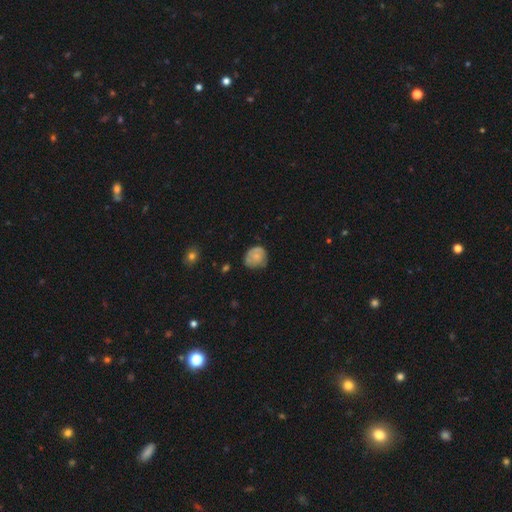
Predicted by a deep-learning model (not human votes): Smooth or featured?
  - smooth: 60% *
  - featured or disk: 32%
  - star or artifact: 8%
How rounded?
  - round: 77% *
  - in between: 23%
  - cigar-shaped: 1%
Merging?
  - none: 60% *
  - minor disturbance: 29%
  - major disturbance: 9%
  - merger: 2%